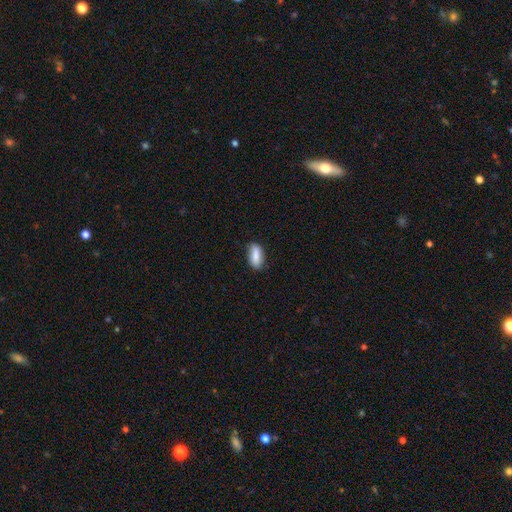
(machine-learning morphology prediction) This appears to be a smooth galaxy with no disk features (82%) that is in between round and cigar-shaped (83%). Merging: none (77%).